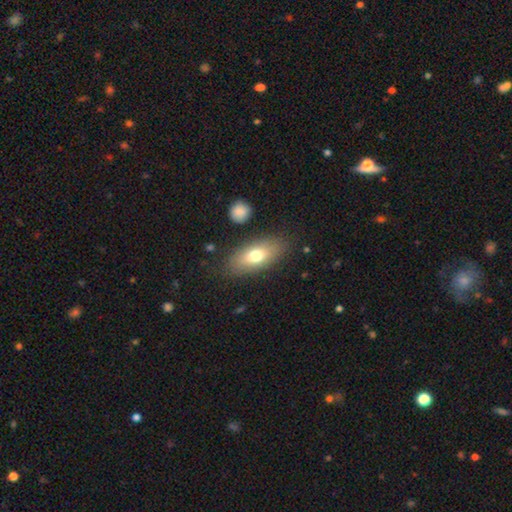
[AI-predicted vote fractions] Q: Smooth or featured?
A: smooth (71%); runner-up: featured or disk (22%)
Q: How rounded?
A: in between (83%); runner-up: cigar-shaped (12%)
Q: Merging?
A: none (82%); runner-up: minor disturbance (11%)